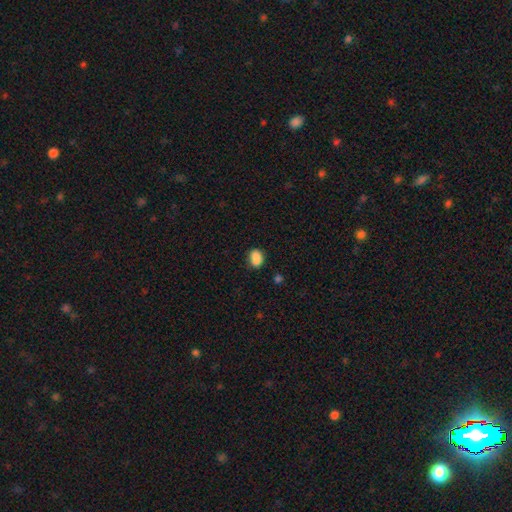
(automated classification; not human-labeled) Smooth or featured?
  - smooth: 85% *
  - star or artifact: 10%
  - featured or disk: 5%
How rounded?
  - in between: 73% *
  - round: 26%
  - cigar-shaped: 2%
Merging?
  - none: 69% *
  - minor disturbance: 18%
  - merger: 8%
  - major disturbance: 4%